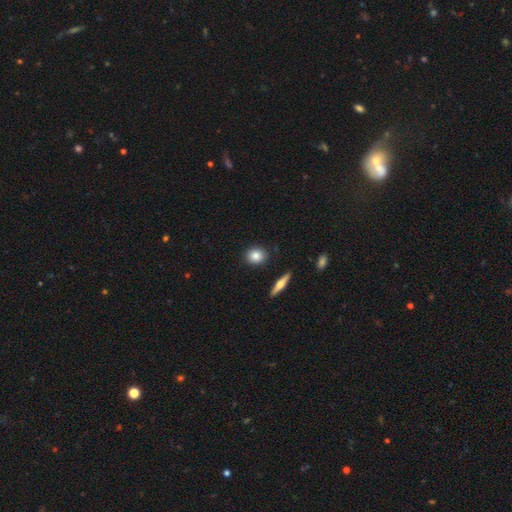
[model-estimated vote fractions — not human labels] Morphology: type=smooth (83%); roundness=round (74%); merging=none (90%).